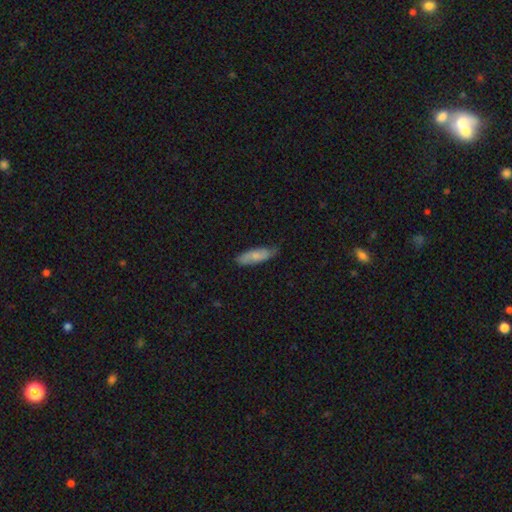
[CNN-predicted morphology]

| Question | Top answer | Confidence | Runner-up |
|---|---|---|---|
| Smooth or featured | smooth | 67% | featured or disk (27%) |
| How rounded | in between | 53% | cigar-shaped (45%) |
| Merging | none | 70% | minor disturbance (24%) |